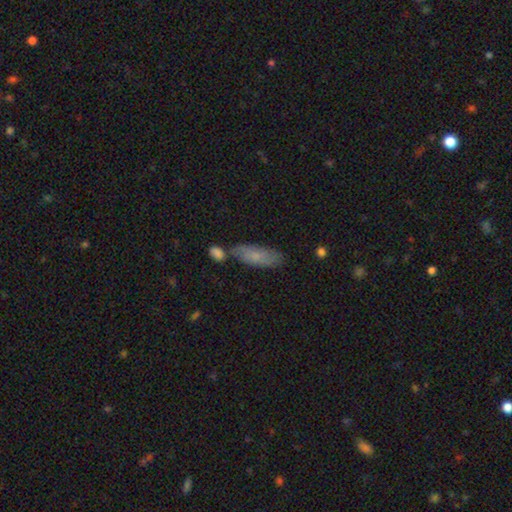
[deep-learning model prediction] Morphology: type=smooth (73%); roundness=in between (62%); merging=none (62%).